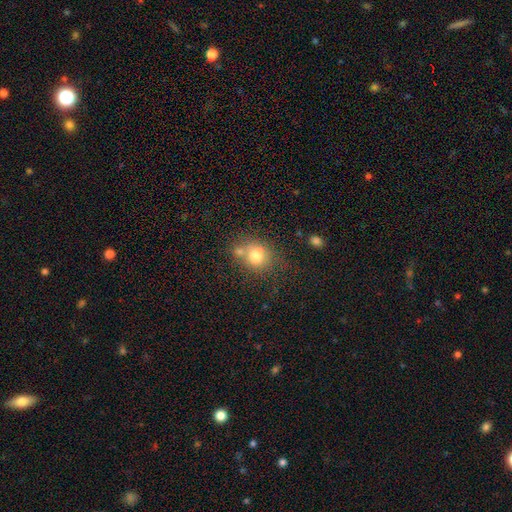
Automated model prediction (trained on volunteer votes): Smooth or featured? smooth (76%)
How rounded? round (71%)
Merging? none (51%)